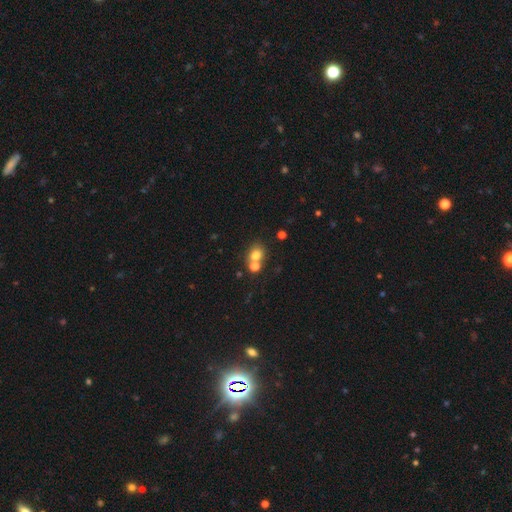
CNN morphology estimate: smooth 75%, star or artifact 15%, featured or disk 10%. Down the decision tree: how rounded — round (71%); merging — none (49%).